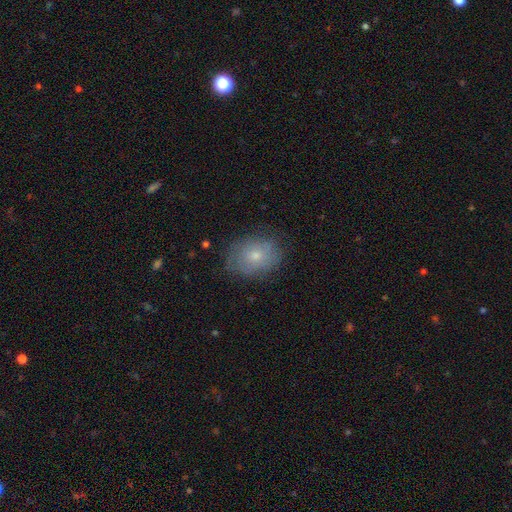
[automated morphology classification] Q: Smooth or featured?
A: smooth (64%); runner-up: featured or disk (27%)
Q: How rounded?
A: in between (61%); runner-up: round (38%)
Q: Merging?
A: none (76%); runner-up: minor disturbance (18%)